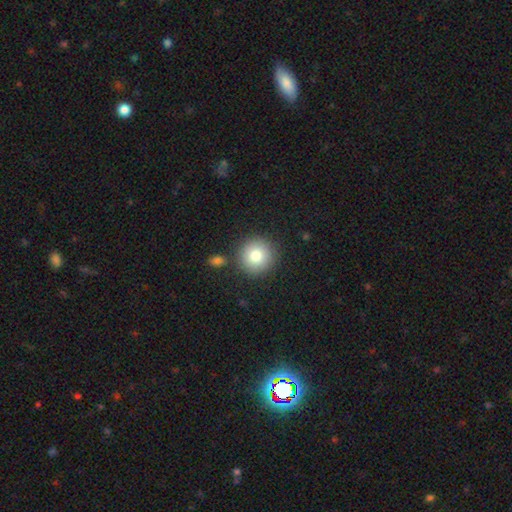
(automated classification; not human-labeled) Smooth or featured: smooth — 81% (featured or disk — 10%)
How rounded: round — 94% (in between — 5%)
Merging: none — 84% (minor disturbance — 8%)